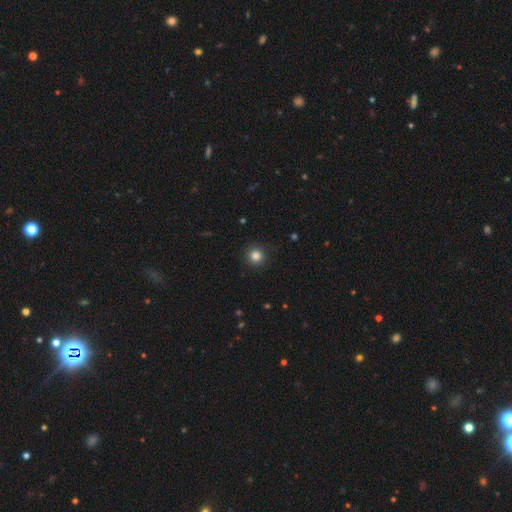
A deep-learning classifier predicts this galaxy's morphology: The model was most divided on "smooth or featured": smooth: 84%, star or artifact: 12%, featured or disk: 4%. More confident: how rounded — round (95%); merging — none (91%).